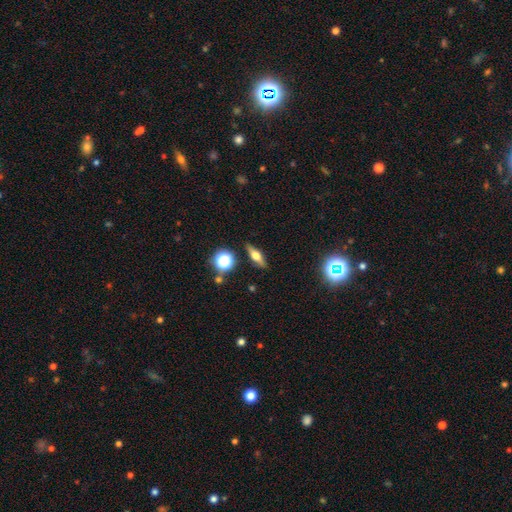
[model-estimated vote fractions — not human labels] smooth-or-featured: smooth: 46% | featured or disk: 43% | star or artifact: 11%
  merging: none: 86% | minor disturbance: 9% | major disturbance: 2% | merger: 2%